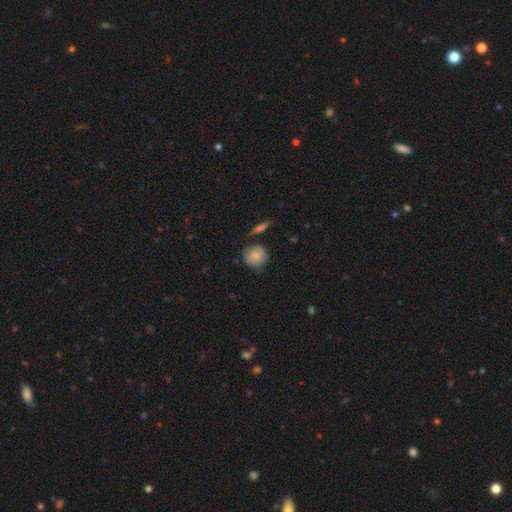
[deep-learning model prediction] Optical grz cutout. It shows a smooth galaxy with no disk features (82%) that is round (87%). Merging: none (66%).